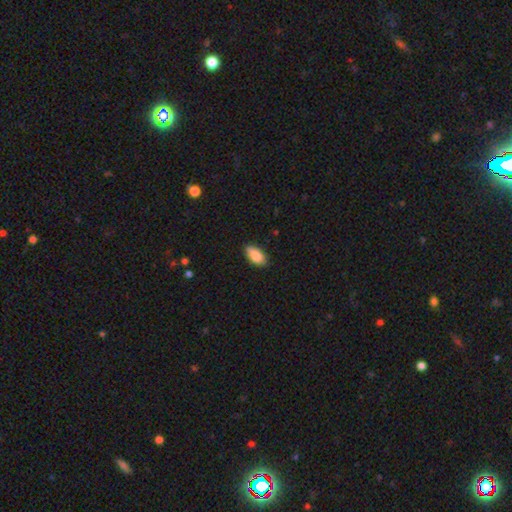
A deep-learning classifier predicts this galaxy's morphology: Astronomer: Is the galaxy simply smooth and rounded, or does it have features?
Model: smooth — 86%.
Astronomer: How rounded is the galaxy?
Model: in between — 90%.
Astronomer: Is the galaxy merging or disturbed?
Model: none — 82%.